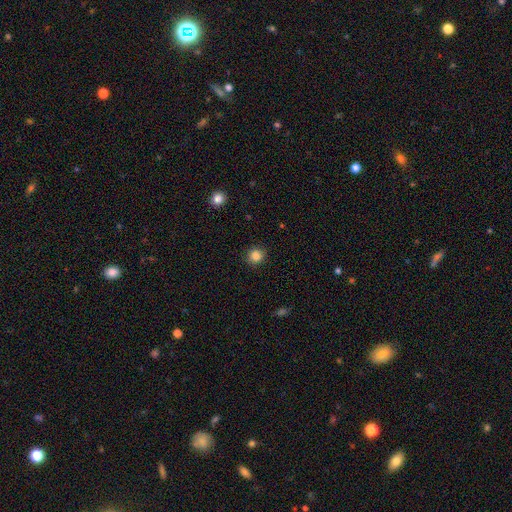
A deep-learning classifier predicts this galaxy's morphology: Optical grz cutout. It shows a smooth galaxy with no disk features (85%) that is round (88%). Merging: none (90%).